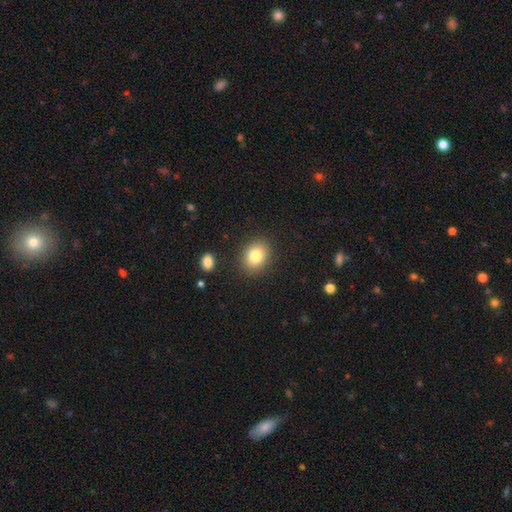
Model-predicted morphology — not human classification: This is clearly a smooth galaxy (80%). How rounded: possibly round (51%). Merging: clearly none (87%).